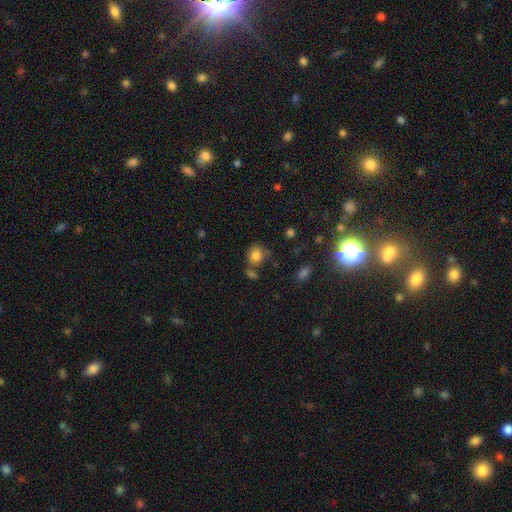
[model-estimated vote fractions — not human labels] A smooth galaxy with no disk features (82%) that is round (72%).

Vote fractions:
- Smooth or featured? smooth: 82% / star or artifact: 11% / featured or disk: 7%
- How rounded? round: 72% / in between: 27% / cigar-shaped: 1%
- Merging? none: 58% / minor disturbance: 19% / merger: 16% / major disturbance: 7%